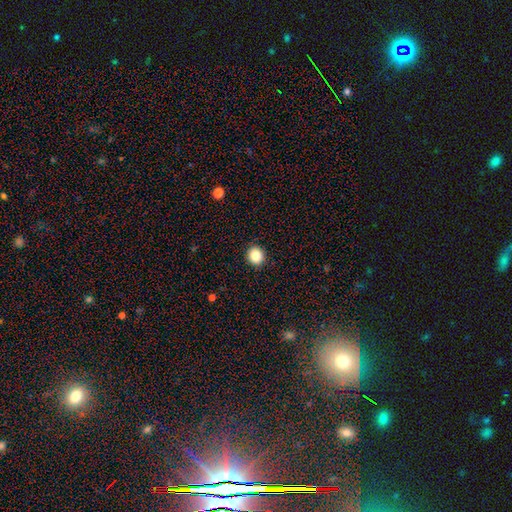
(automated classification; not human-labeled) A smooth galaxy with no disk features (84%) that is round (81%). Merging: none (92%).